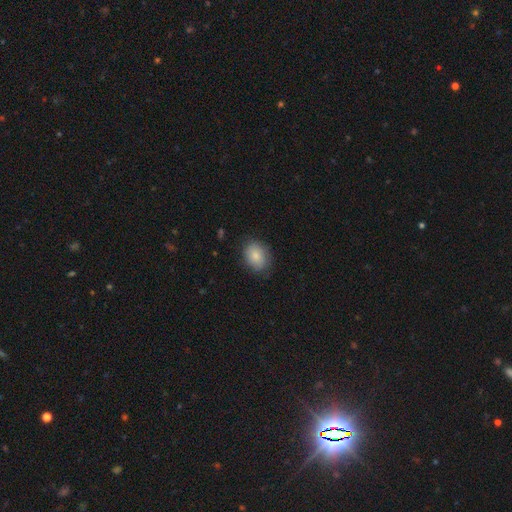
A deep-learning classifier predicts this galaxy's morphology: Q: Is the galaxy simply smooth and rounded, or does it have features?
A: smooth — 83%.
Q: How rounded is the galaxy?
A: in between — 60%.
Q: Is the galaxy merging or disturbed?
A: none — 79%.